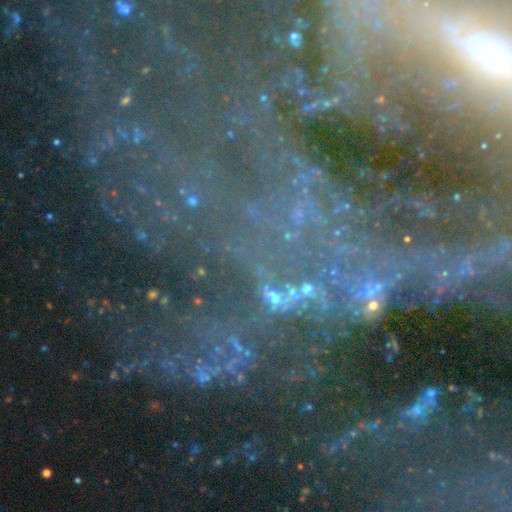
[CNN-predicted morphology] star or artifact 66%, featured or disk 23%, smooth 11%.